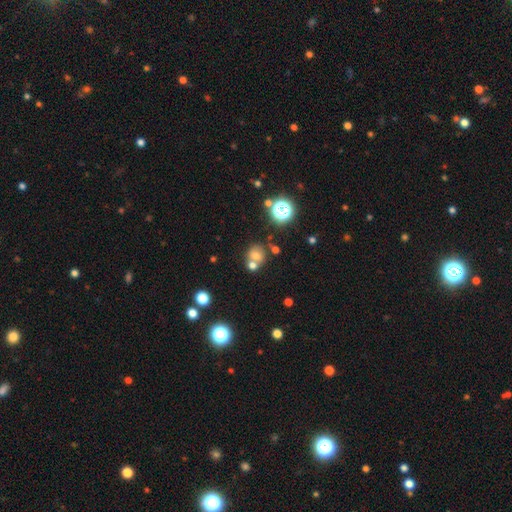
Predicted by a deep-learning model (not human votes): A smooth galaxy with no disk features (66%) that is round (73%). Merging: none (47%).